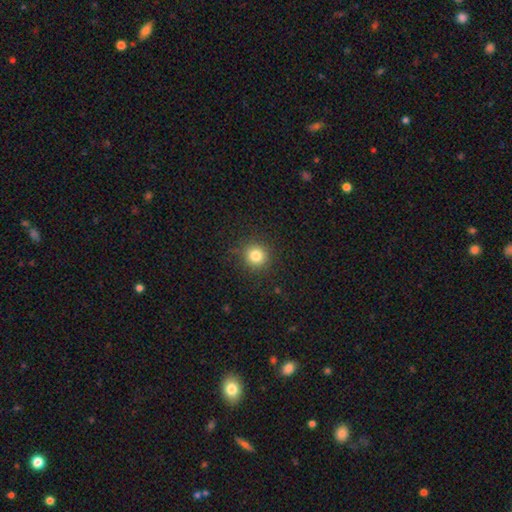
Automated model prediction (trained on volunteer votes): smooth-or-featured: smooth: 81% | star or artifact: 13% | featured or disk: 6%
  how-rounded: round: 94% | in between: 5% | cigar-shaped: 1%
  merging: none: 90% | minor disturbance: 7% | major disturbance: 2% | merger: 1%